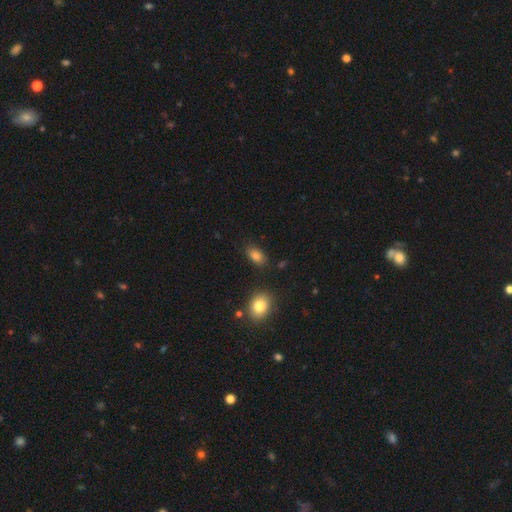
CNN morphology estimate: Overall: smooth (84%). How rounded: in between (89%). Merging: none (81%).